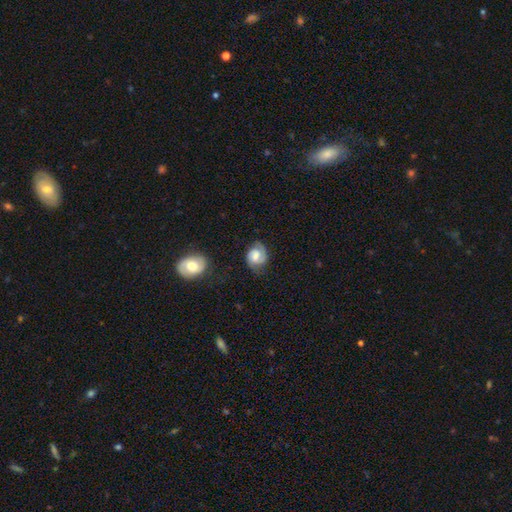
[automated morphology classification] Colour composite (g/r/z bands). It shows a featured or disk galaxy (56%) with no bar (49%), spiral arms (91%) and a moderate central bulge (48%). Merging: none (67%).